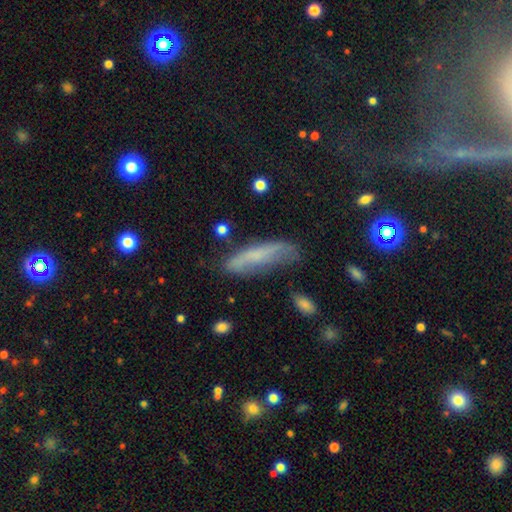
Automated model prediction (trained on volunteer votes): A smooth galaxy with no disk features (59%) that is cigar-shaped (71%).

Vote fractions:
- Smooth or featured? smooth: 59% / featured or disk: 30% / star or artifact: 11%
- How rounded? cigar-shaped: 71% / in between: 27% / round: 2%
- Merging? none: 59% / minor disturbance: 27% / major disturbance: 10% / merger: 4%